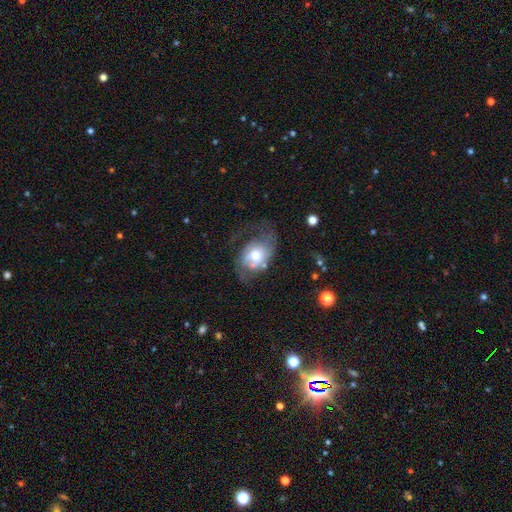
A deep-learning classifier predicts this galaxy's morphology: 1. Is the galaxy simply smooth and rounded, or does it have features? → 54% featured or disk, 39% smooth, 8% star or artifact.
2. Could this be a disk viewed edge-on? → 95% no, 5% yes.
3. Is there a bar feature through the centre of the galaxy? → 70% no, 24% weak, 6% strong.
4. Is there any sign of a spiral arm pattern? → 68% yes, 32% no.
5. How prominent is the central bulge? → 68% moderate, 16% large, 12% small, 2% dominant, 1% none.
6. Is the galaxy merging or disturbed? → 36% major disturbance, 35% none, 23% minor disturbance, 6% merger.